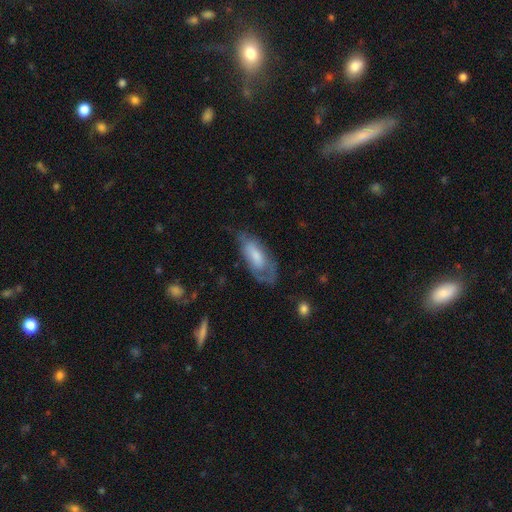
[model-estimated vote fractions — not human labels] Morphology: type=smooth (56%); roundness=in between (83%); merging=none (47%).